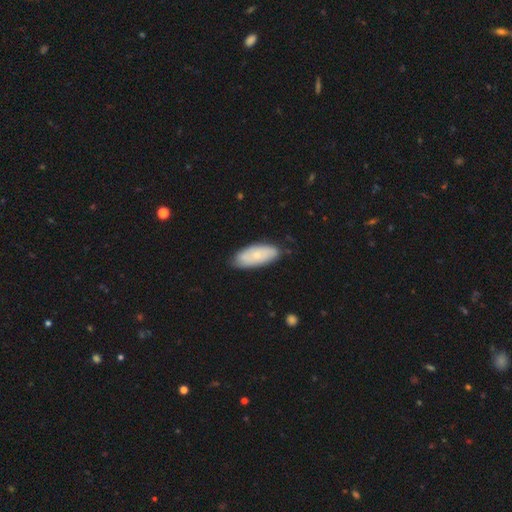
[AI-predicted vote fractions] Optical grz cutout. It shows a smooth galaxy with no disk features (64%) that is in between round and cigar-shaped (85%). Merging: none (80%).